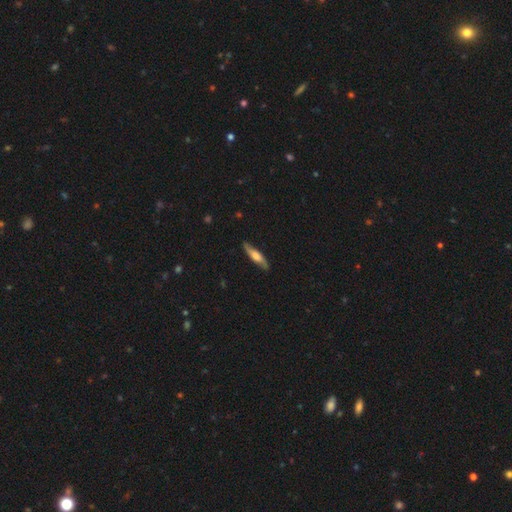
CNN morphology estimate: Smooth or featured? featured or disk (53%)
Edge-on disk? yes (65%)
Merging? none (81%)